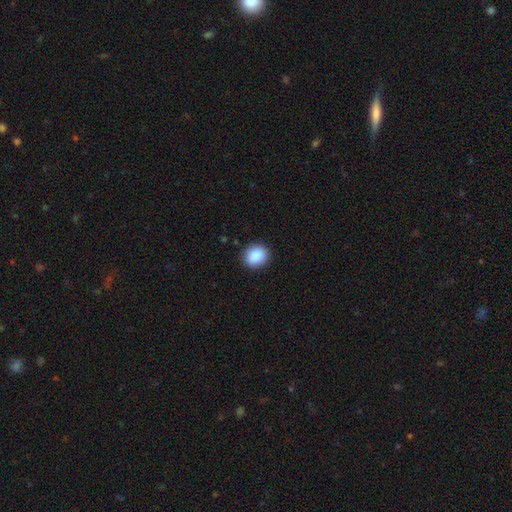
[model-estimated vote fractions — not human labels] The model was most divided on "how rounded": round: 69%, in between: 30%, cigar-shaped: 1%. More confident: merging — none (89%); smooth or featured — smooth (89%).